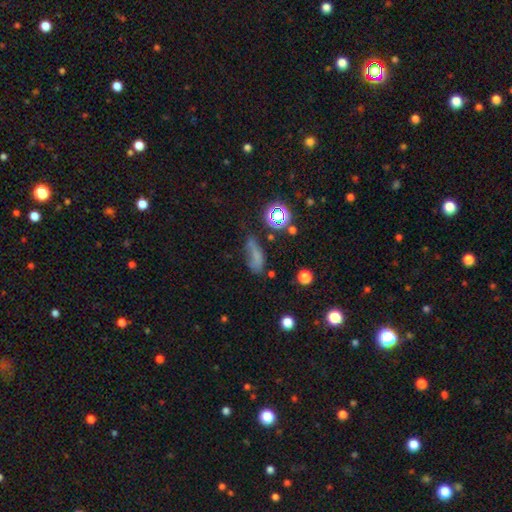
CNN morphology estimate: This is possibly a smooth galaxy (55%). How rounded: possibly in between (59%). Merging: marginally none (37%).